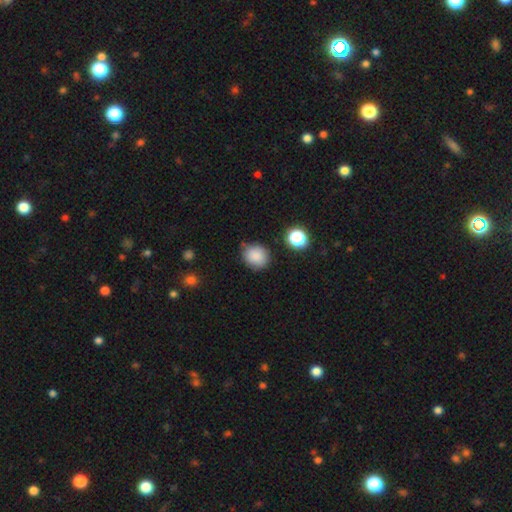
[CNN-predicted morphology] Smooth or featured? smooth (85%)
How rounded? round (75%)
Merging? none (76%)